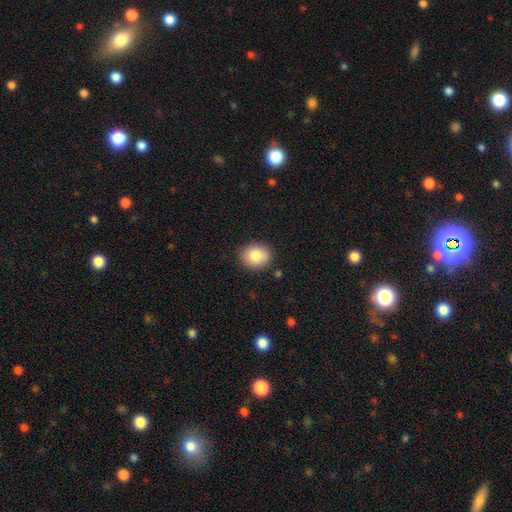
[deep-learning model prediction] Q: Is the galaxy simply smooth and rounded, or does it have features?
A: smooth — 83%.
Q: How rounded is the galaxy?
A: round — 65%.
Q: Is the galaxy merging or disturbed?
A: none — 86%.